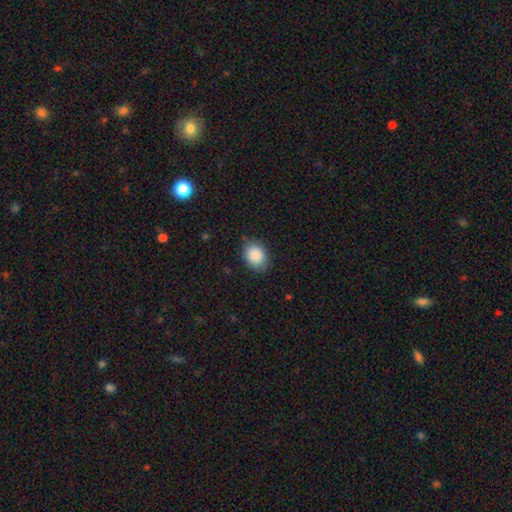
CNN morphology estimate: A smooth galaxy with no disk features (88%) that is in between round and cigar-shaped (57%).

Vote fractions:
- Smooth or featured? smooth: 88% / star or artifact: 8% / featured or disk: 4%
- How rounded? in between: 57% / round: 42% / cigar-shaped: 1%
- Merging? none: 83% / minor disturbance: 13% / major disturbance: 3% / merger: 1%